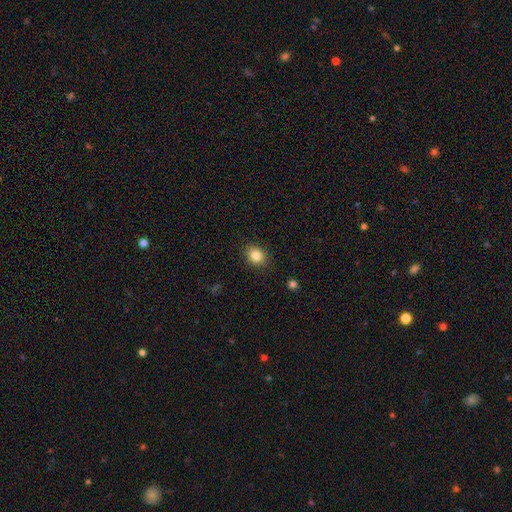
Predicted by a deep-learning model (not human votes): A smooth galaxy with no disk features (85%) that is round (56%).

Vote fractions:
- Smooth or featured? smooth: 85% / star or artifact: 10% / featured or disk: 5%
- How rounded? round: 56% / in between: 43% / cigar-shaped: 1%
- Merging? none: 88% / minor disturbance: 9% / major disturbance: 2% / merger: 1%